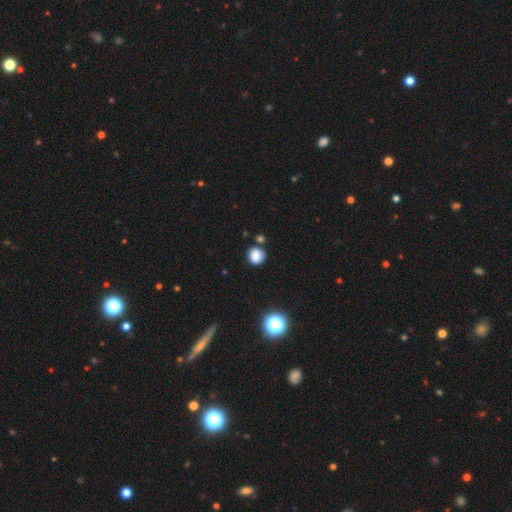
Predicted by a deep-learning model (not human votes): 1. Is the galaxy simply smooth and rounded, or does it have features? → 82% smooth, 12% star or artifact, 6% featured or disk.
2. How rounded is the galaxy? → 79% round, 20% in between, 1% cigar-shaped.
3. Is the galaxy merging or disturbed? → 74% none, 15% minor disturbance, 8% merger, 4% major disturbance.